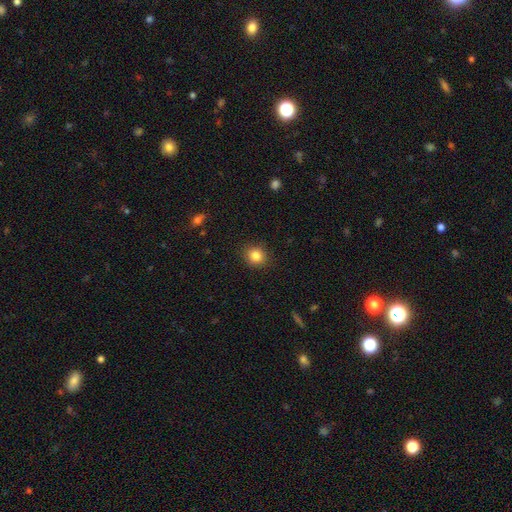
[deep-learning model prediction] smooth_or_featured: smooth (p=0.84) [alt: star or artifact p=0.11]
how_rounded: round (p=0.81) [alt: in between p=0.18]
merging: none (p=0.89) [alt: minor disturbance p=0.08]